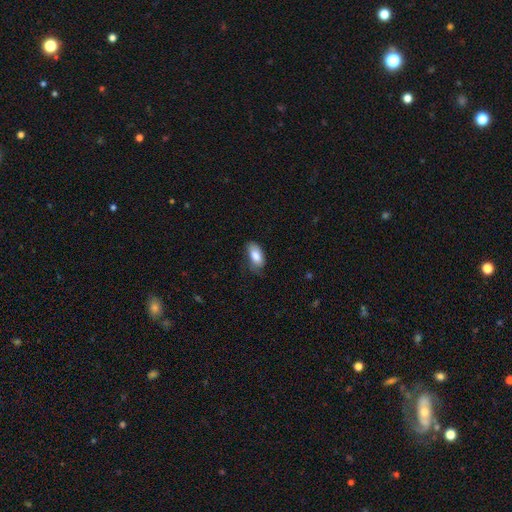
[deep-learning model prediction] A smooth galaxy with no disk features (83%) that is in between round and cigar-shaped (92%).

Vote fractions:
- Smooth or featured? smooth: 83% / featured or disk: 10% / star or artifact: 7%
- How rounded? in between: 92% / cigar-shaped: 5% / round: 3%
- Merging? none: 58% / minor disturbance: 31% / major disturbance: 10% / merger: 1%